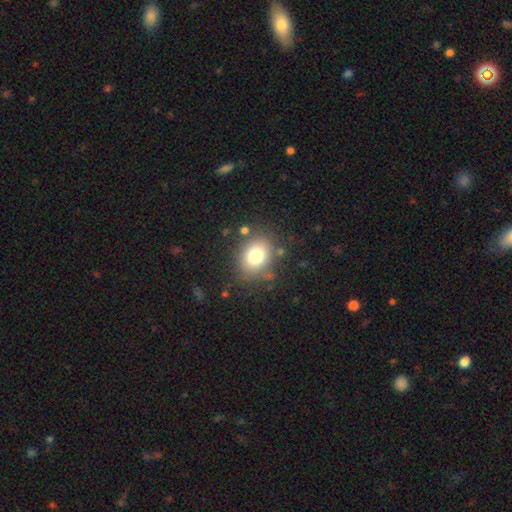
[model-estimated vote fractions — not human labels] This appears to be a smooth galaxy with no disk features (77%) that is round (50%). Merging: none (78%).